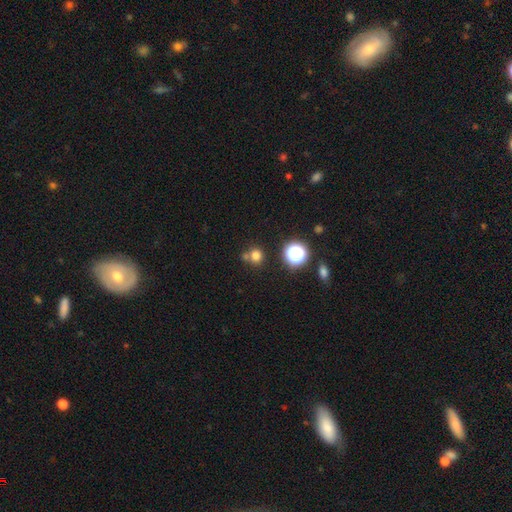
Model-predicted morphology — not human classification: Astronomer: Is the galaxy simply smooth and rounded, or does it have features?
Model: smooth — 74%.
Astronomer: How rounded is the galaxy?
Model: round — 88%.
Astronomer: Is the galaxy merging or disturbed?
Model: none — 65%.